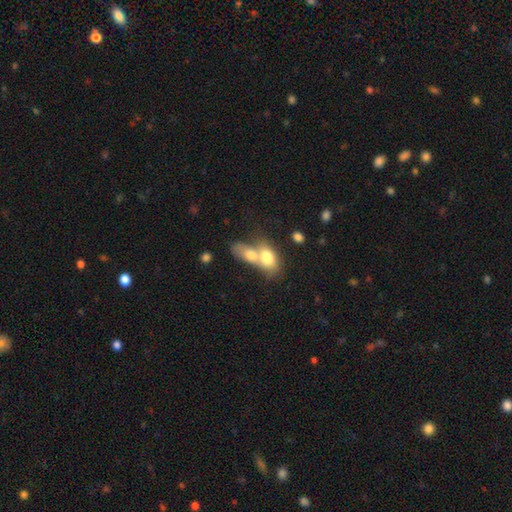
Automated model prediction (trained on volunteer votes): This is likely a smooth galaxy (68%). How rounded: likely in between (78%). Merging: likely merger (77%).